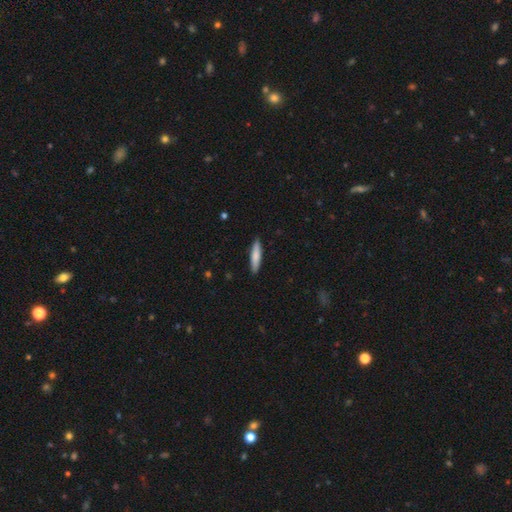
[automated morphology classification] type=smooth (78%); roundness=cigar-shaped (85%); merging=none (90%).